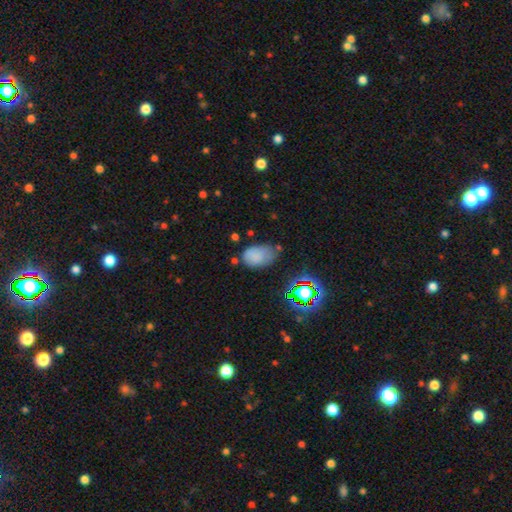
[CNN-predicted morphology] smooth-or-featured: smooth: 76% | star or artifact: 13% | featured or disk: 10%
  how-rounded: in between: 84% | round: 15% | cigar-shaped: 1%
  merging: none: 48% | minor disturbance: 35% | major disturbance: 12% | merger: 6%